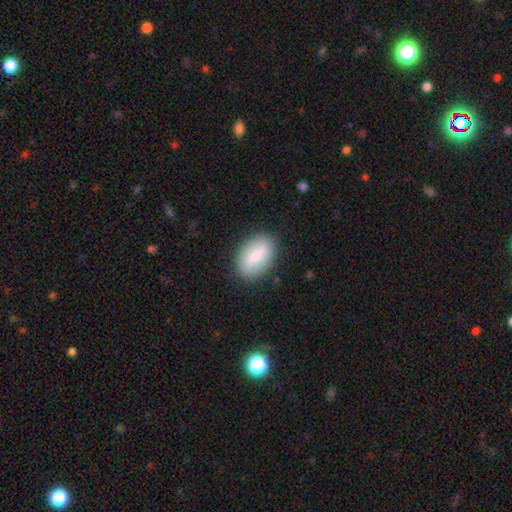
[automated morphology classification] smooth_or_featured: smooth (p=0.75) [alt: featured or disk p=0.18]
how_rounded: in between (p=0.88) [alt: round p=0.08]
merging: none (p=0.83) [alt: minor disturbance p=0.12]